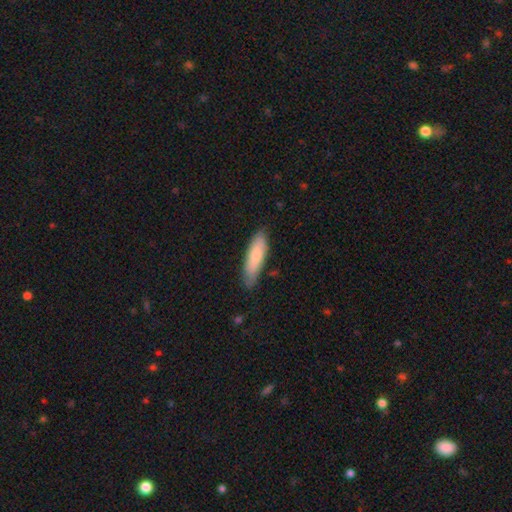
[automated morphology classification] This appears to be a smooth galaxy with no disk features (76%) that is cigar-shaped (57%). Merging: none (79%).